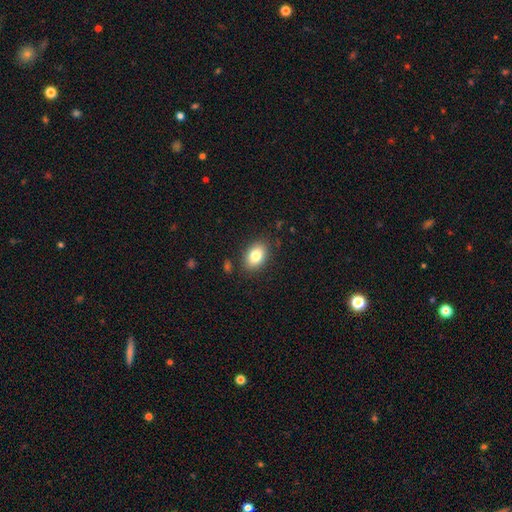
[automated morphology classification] smooth_or_featured: smooth (p=0.82) [alt: featured or disk p=0.10]
how_rounded: in between (p=0.82) [alt: round p=0.17]
merging: none (p=0.85) [alt: minor disturbance p=0.10]